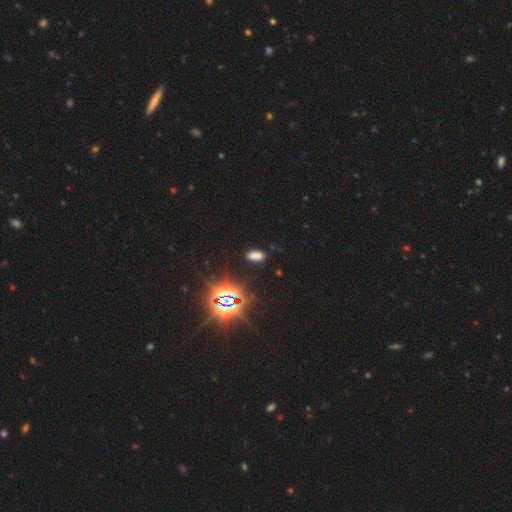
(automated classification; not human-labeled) Morphology: type=smooth (62%); roundness=in between (85%); merging=none (86%).